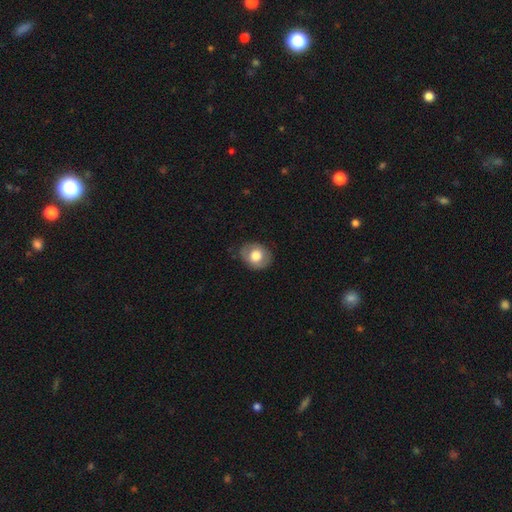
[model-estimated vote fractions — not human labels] The model was most divided on "how rounded": round: 54%, in between: 45%, cigar-shaped: 1%. More confident: merging — none (79%); smooth or featured — smooth (69%).